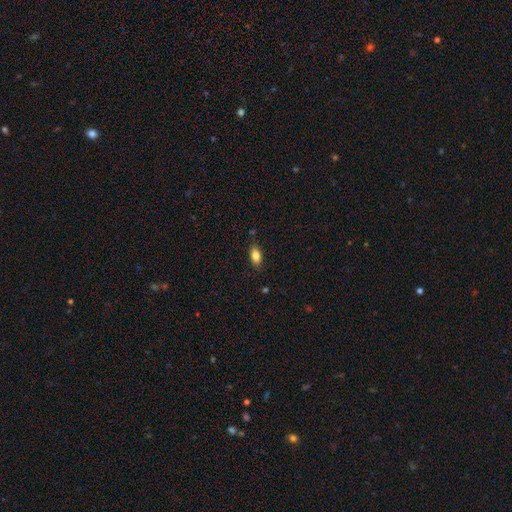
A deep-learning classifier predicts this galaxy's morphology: Smooth or featured: smooth — 83% (star or artifact — 8%)
How rounded: in between — 89% (round — 6%)
Merging: none — 84% (minor disturbance — 12%)